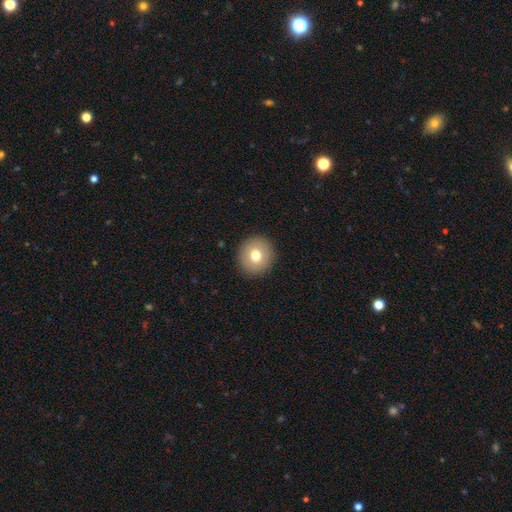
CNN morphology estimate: A smooth galaxy with no disk features (73%) that is round (92%). Merging: none (92%).